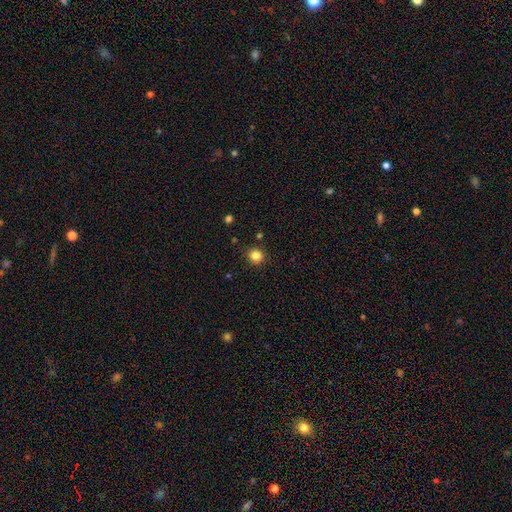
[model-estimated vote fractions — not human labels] Morphology: type=smooth (83%); roundness=round (92%); merging=none (89%).